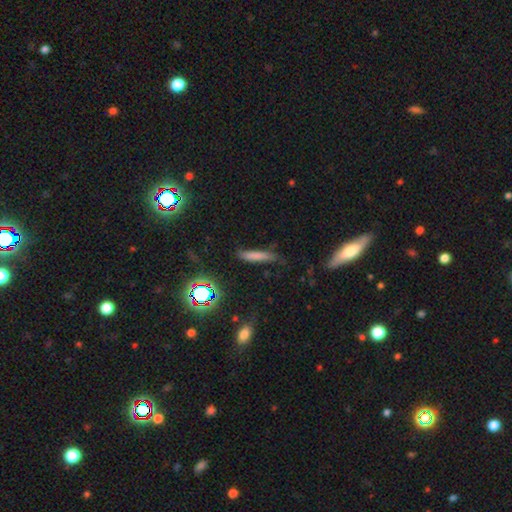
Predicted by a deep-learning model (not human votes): Smooth or featured? smooth (70%)
How rounded? cigar-shaped (86%)
Merging? none (71%)